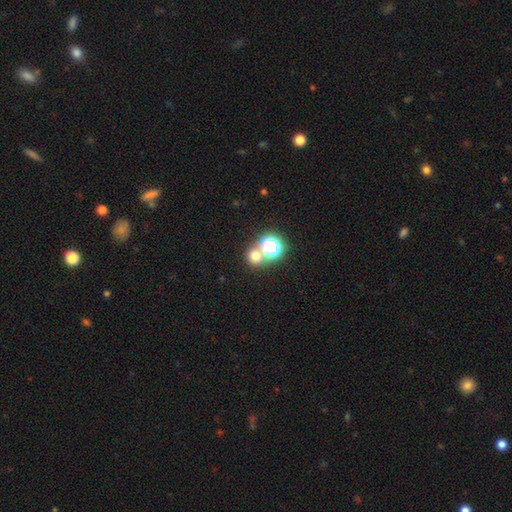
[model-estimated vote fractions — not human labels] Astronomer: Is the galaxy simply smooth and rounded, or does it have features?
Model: smooth — 66%.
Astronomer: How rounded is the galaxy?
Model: round — 83%.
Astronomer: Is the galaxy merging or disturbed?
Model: none — 62%.